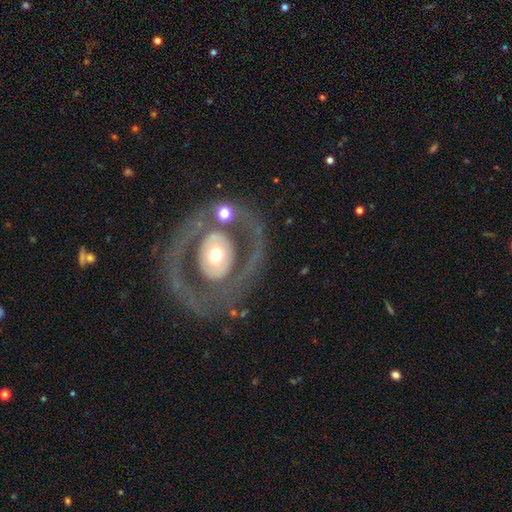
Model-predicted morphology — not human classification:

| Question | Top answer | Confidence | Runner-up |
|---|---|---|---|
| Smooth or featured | featured or disk | 79% | smooth (16%) |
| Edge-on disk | no | 95% | yes (5%) |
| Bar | no | 73% | weak (16%) |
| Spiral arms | no | 51% | yes (49%) |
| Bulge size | moderate | 57% | small (24%) |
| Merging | none | 73% | minor disturbance (13%) |